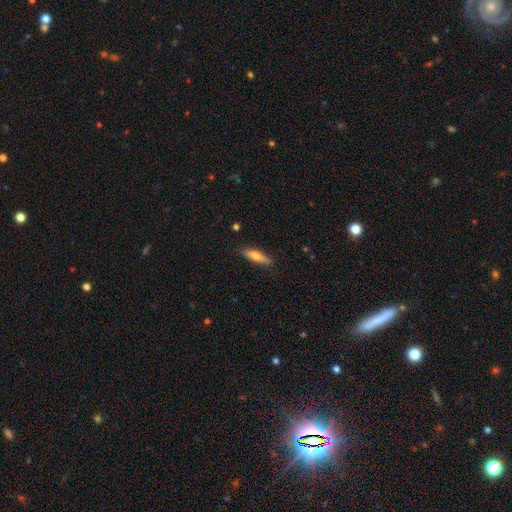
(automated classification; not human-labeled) A smooth galaxy with no disk features (65%) that is cigar-shaped (70%). Merging: none (86%).